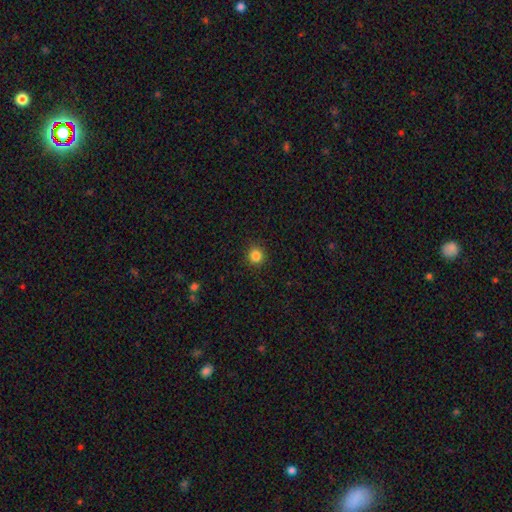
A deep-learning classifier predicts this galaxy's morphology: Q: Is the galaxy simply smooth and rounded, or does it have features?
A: smooth — 84%.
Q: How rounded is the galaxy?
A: round — 93%.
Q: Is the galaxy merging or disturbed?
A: none — 92%.